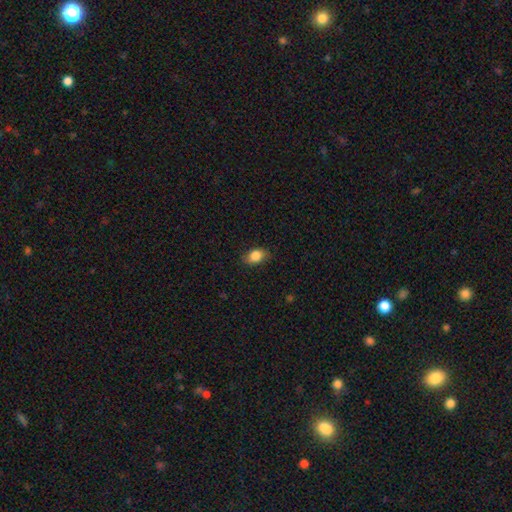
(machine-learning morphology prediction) Smooth or featured? Predicted: smooth (p=0.84). How rounded? Predicted: in between (p=0.82). Merging? Predicted: none (p=0.78).